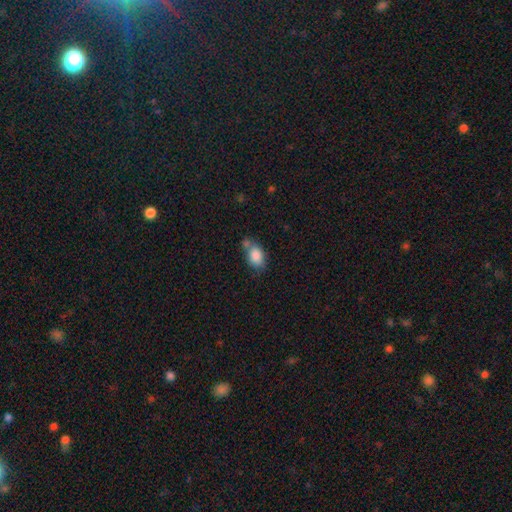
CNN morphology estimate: type=smooth (85%); roundness=in between (83%); merging=none (46%).